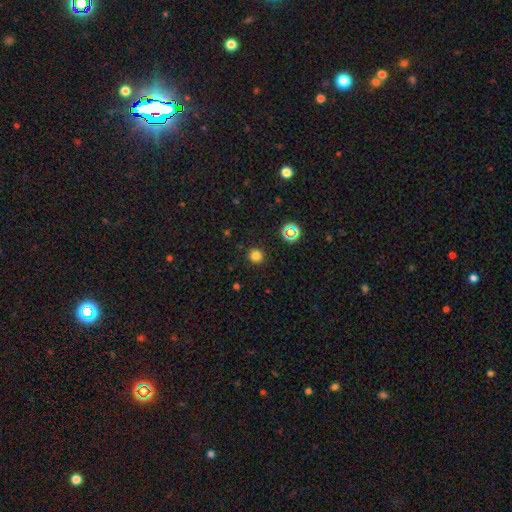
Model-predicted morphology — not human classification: smooth-or-featured: smooth: 79% | star or artifact: 17% | featured or disk: 4%
  how-rounded: round: 94% | in between: 5% | cigar-shaped: 1%
  merging: none: 91% | minor disturbance: 5% | major disturbance: 2% | merger: 1%